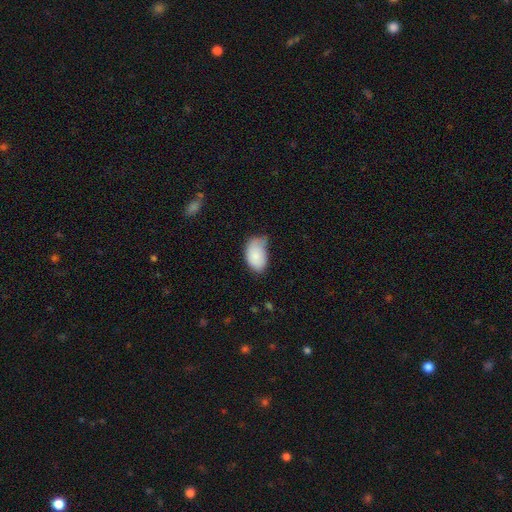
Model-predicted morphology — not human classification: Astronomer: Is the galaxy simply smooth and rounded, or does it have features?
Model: smooth — 84%.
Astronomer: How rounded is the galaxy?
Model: in between — 93%.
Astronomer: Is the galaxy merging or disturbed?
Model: minor disturbance — 44% (runner-up: none, 38%).